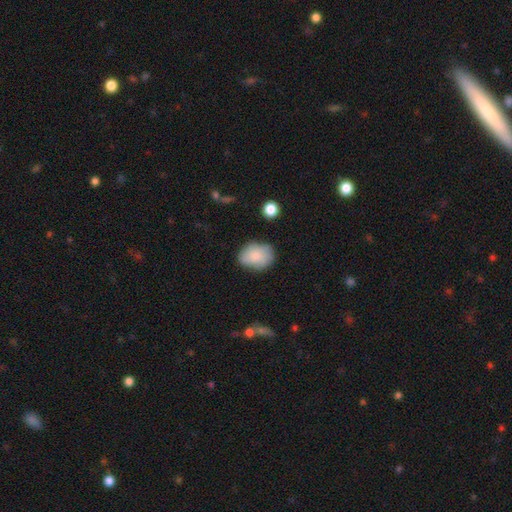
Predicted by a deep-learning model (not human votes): Overall: smooth (78%). How rounded: in between (65%; round 34%). Merging: none (67%).